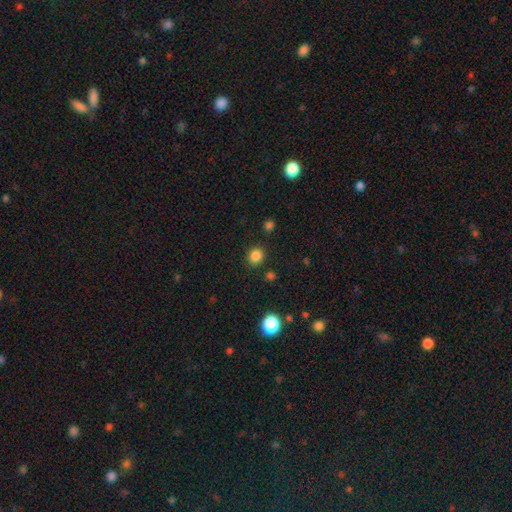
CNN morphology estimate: A smooth galaxy with no disk features (84%) that is round (85%). Merging: none (88%).